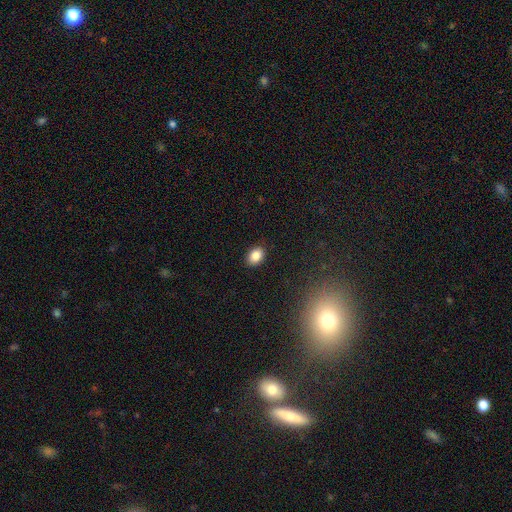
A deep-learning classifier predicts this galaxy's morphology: Smooth or featured? Predicted: smooth (p=0.86). How rounded? Predicted: in between (p=0.82). Merging? Predicted: none (p=0.88).